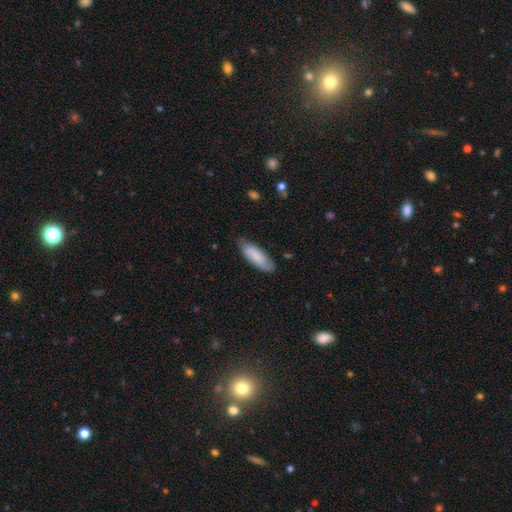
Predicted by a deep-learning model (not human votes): Morphology: type=smooth (81%); roundness=in between (63%); merging=none (75%).